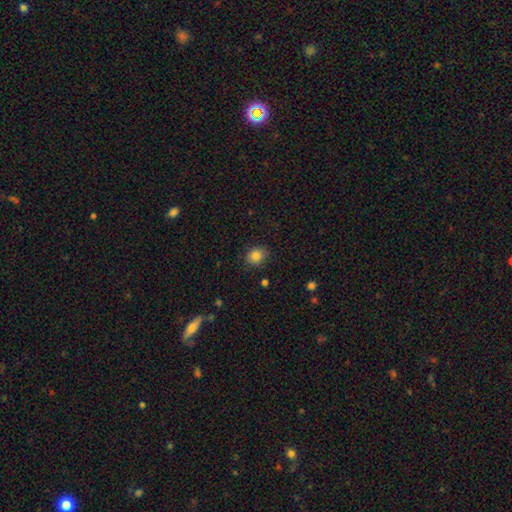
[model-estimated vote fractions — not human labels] This appears to be a smooth galaxy with no disk features (84%) that is round (63%). Merging: none (85%).